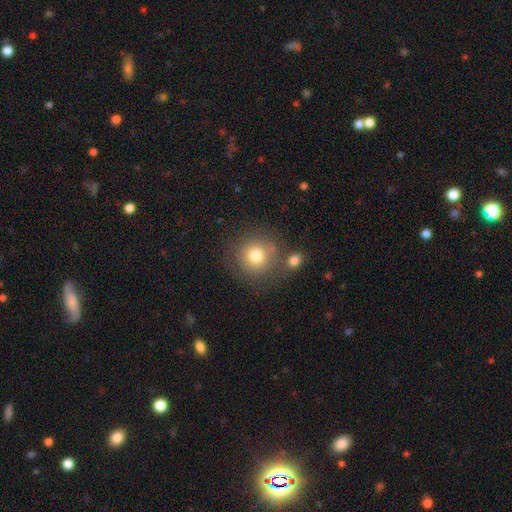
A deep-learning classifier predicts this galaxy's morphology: type=smooth (77%); roundness=round (92%); merging=none (72%).